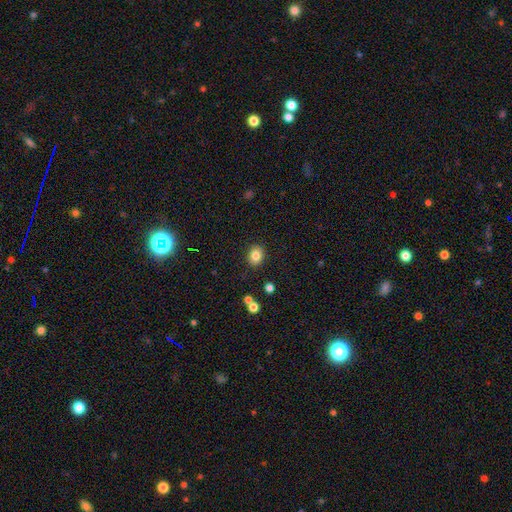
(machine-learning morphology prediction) Q: Smooth or featured?
A: smooth (82%); runner-up: star or artifact (10%)
Q: How rounded?
A: round (55%); runner-up: in between (45%)
Q: Merging?
A: none (88%); runner-up: minor disturbance (8%)